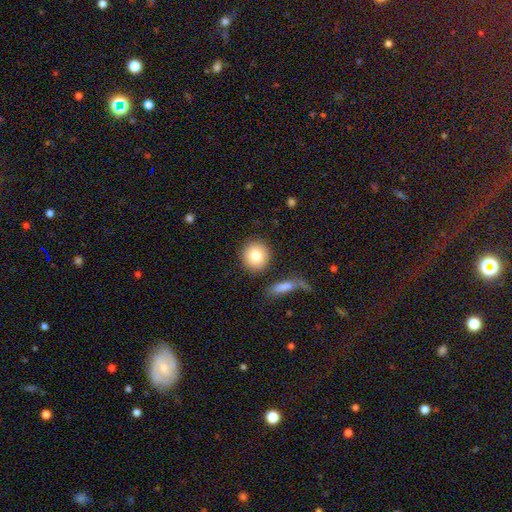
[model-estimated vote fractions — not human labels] A smooth galaxy with no disk features (81%) that is round (91%). Merging: none (83%).